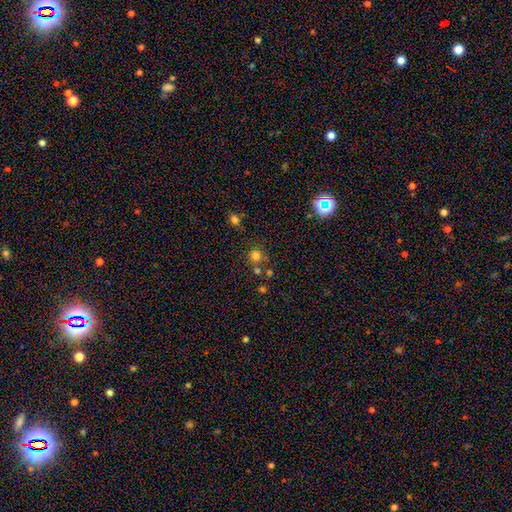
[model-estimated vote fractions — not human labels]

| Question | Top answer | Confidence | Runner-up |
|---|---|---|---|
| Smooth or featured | smooth | 74% | star or artifact (19%) |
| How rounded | round | 92% | in between (7%) |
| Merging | none | 69% | merger (18%) |